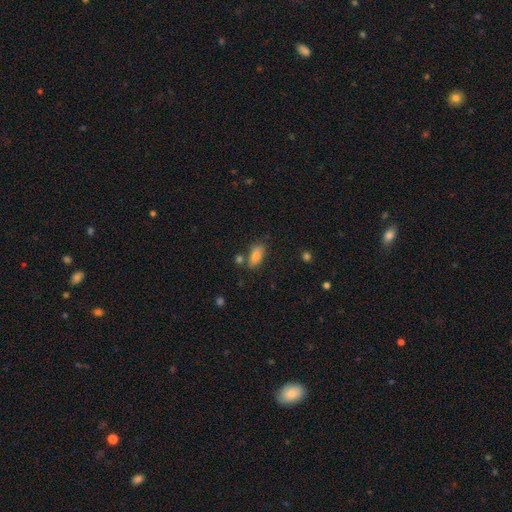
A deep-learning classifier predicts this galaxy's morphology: This appears to be a smooth galaxy with no disk features (81%) that is in between round and cigar-shaped (86%). Merging: none (68%).